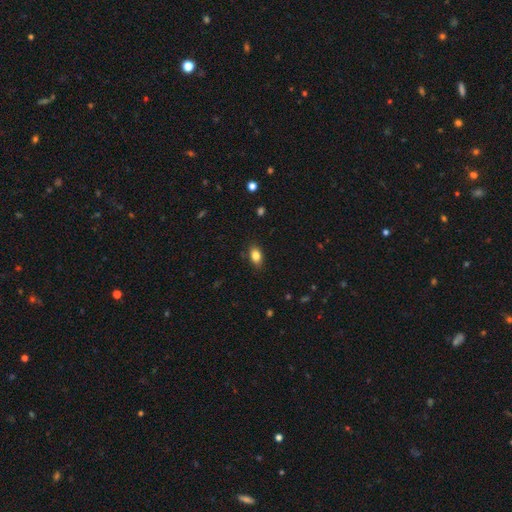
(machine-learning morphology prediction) type=smooth (84%); roundness=in between (86%); merging=none (86%).